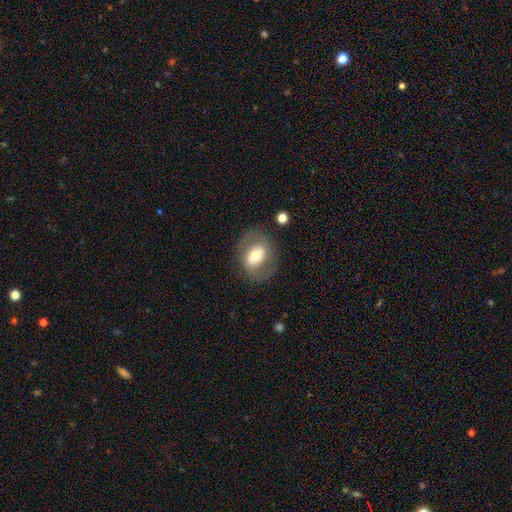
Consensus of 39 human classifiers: Overall: smooth (51%; featured or disk 46%). How rounded: round (50%, tied with in between). Merging: none (74%).